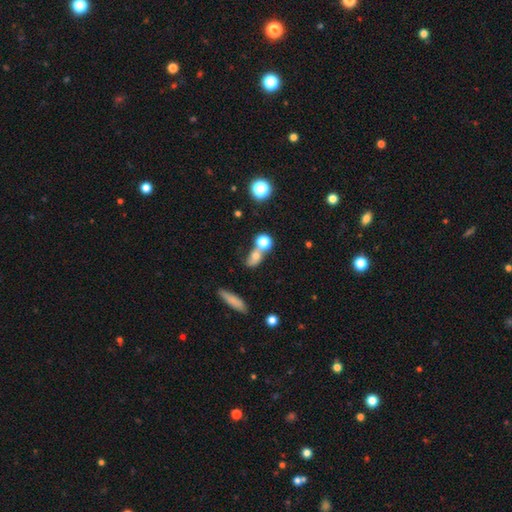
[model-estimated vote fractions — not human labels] smooth_or_featured: smooth (p=0.69) [alt: featured or disk p=0.16]
how_rounded: round (p=0.55) [alt: in between p=0.37]
merging: merger (p=0.47) [alt: none p=0.36]